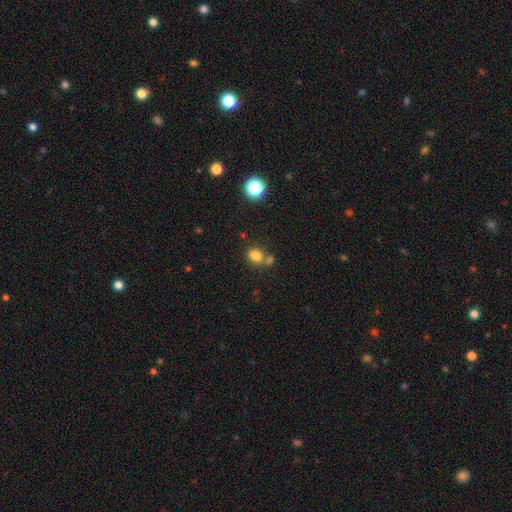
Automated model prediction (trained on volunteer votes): Morphology: type=smooth (77%); roundness=in between (57%); merging=none (45%).